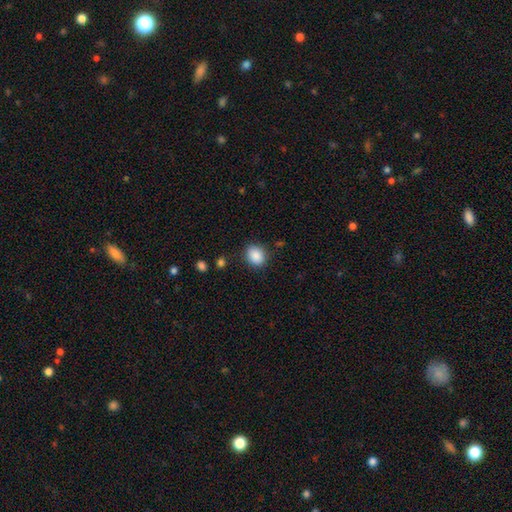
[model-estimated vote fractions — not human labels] A smooth galaxy with no disk features (88%) that is round (56%). Merging: none (84%).